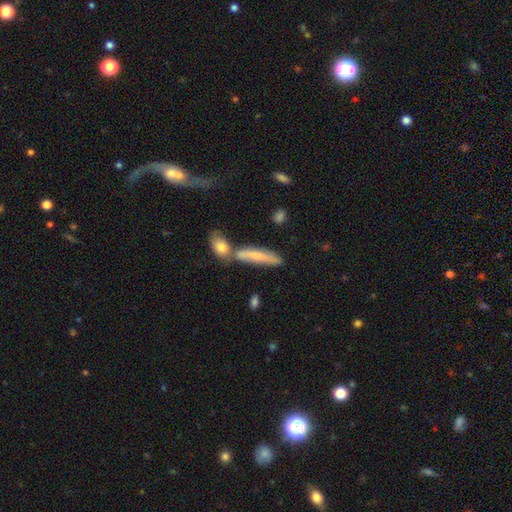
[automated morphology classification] smooth 59%, featured or disk 33%, star or artifact 7%. Down the decision tree: how rounded — cigar-shaped (80%); merging — none (55%).